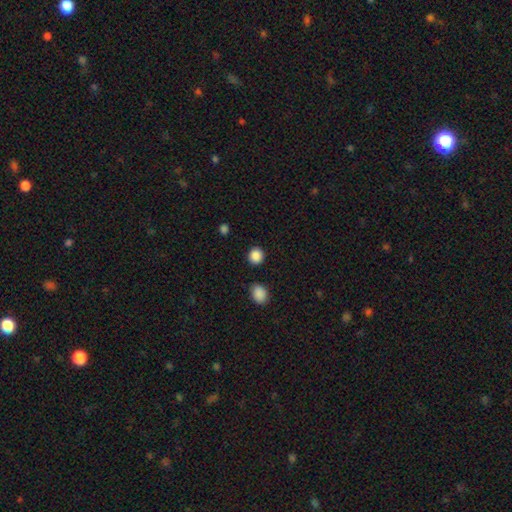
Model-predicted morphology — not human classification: The model was most divided on "how rounded": round: 87%, in between: 12%, cigar-shaped: 1%. More confident: merging — none (89%); smooth or featured — smooth (88%).